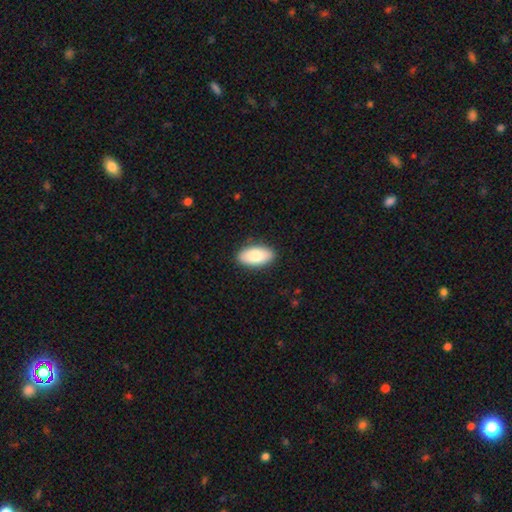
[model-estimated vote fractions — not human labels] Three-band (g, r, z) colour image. It shows a smooth galaxy with no disk features (83%) that is in between round and cigar-shaped (93%). Merging: none (88%).